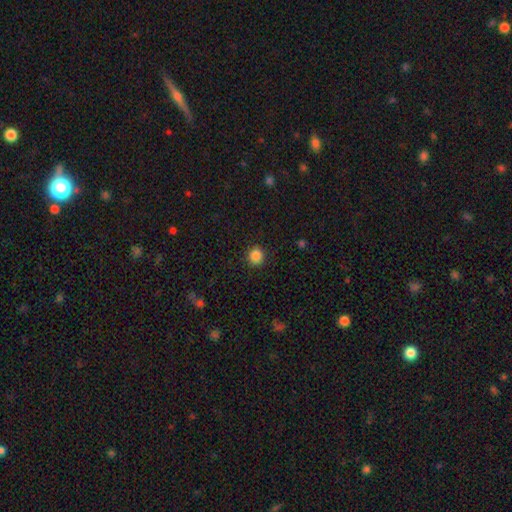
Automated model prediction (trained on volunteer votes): This is clearly a smooth galaxy (86%). How rounded: clearly round (91%). Merging: clearly none (91%).